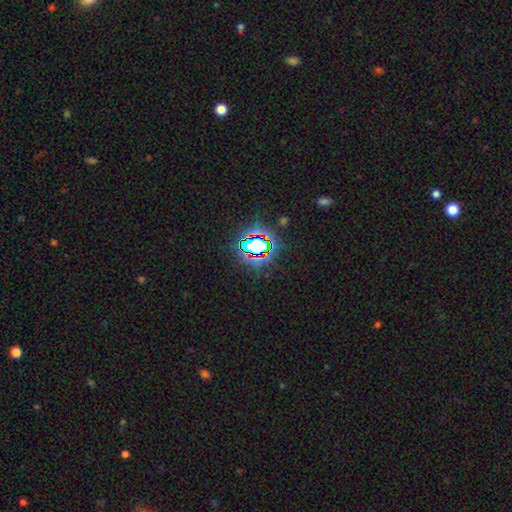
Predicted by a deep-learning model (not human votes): Overall: star or artifact (78%).